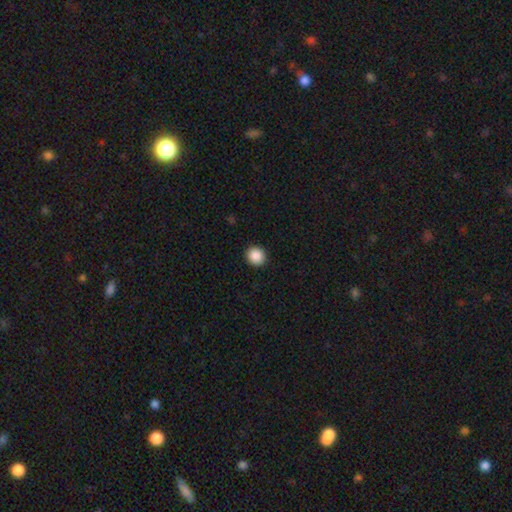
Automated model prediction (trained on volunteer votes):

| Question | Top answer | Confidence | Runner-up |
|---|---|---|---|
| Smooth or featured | smooth | 89% | star or artifact (8%) |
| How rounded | round | 90% | in between (9%) |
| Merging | none | 93% | minor disturbance (5%) |